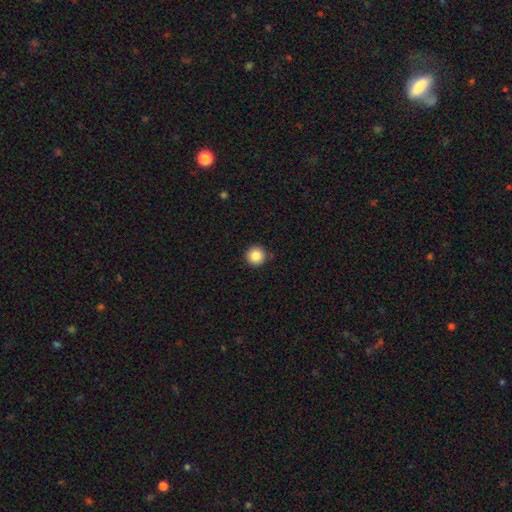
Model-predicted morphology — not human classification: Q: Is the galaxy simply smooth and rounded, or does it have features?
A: smooth — 87%.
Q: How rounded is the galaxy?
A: round — 96%.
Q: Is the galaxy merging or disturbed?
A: none — 89%.